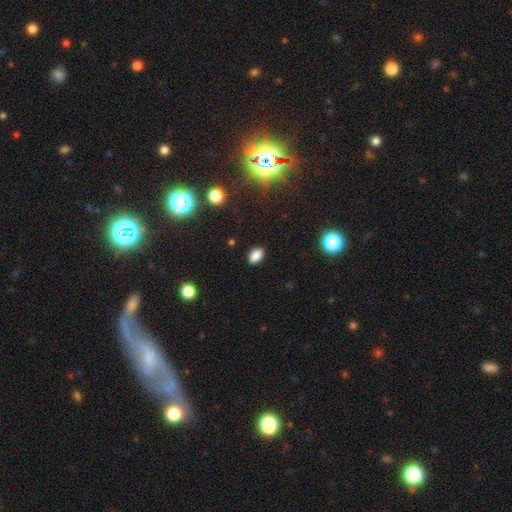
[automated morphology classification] This appears to be a smooth galaxy with no disk features (84%) that is in between round and cigar-shaped (89%). Merging: none (88%).